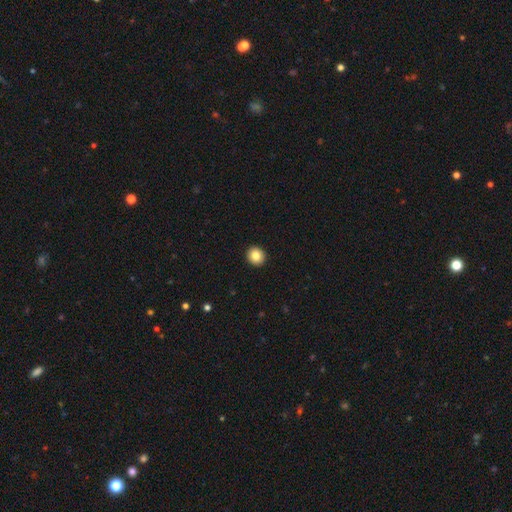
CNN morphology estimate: The model was most divided on "how rounded": round: 86%, in between: 13%, cigar-shaped: 1%. More confident: merging — none (93%); smooth or featured — smooth (84%).